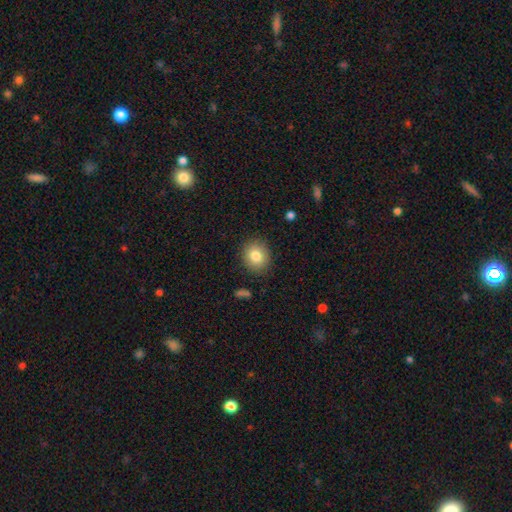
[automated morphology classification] smooth_or_featured: smooth (p=0.82) [alt: star or artifact p=0.09]
how_rounded: round (p=0.71) [alt: in between p=0.28]
merging: none (p=0.88) [alt: minor disturbance p=0.09]